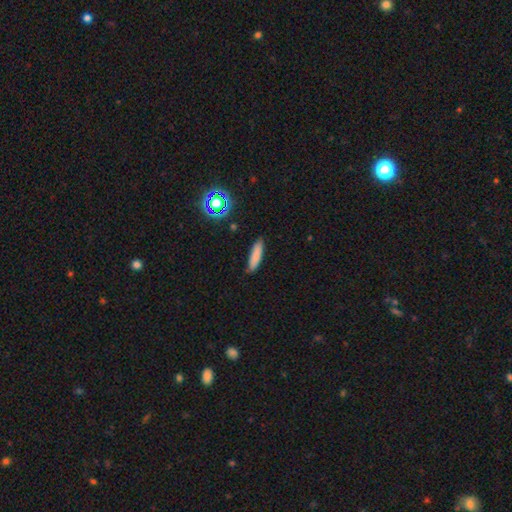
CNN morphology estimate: This appears to be a smooth galaxy with no disk features (81%) that is cigar-shaped (76%). Merging: none (83%).